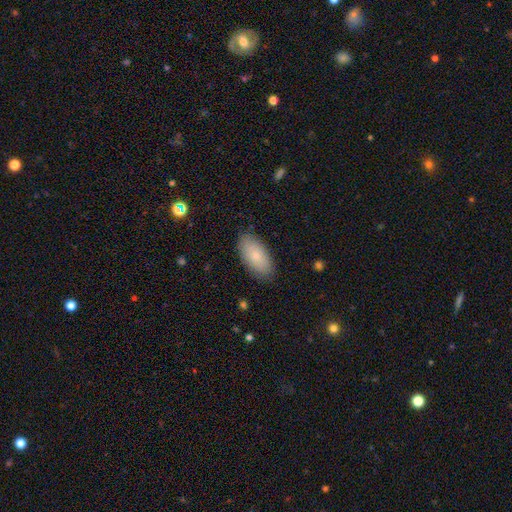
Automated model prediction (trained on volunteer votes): smooth_or_featured: smooth (p=0.77) [alt: featured or disk p=0.16]
how_rounded: in between (p=0.93) [alt: cigar-shaped p=0.04]
merging: none (p=0.85) [alt: minor disturbance p=0.11]